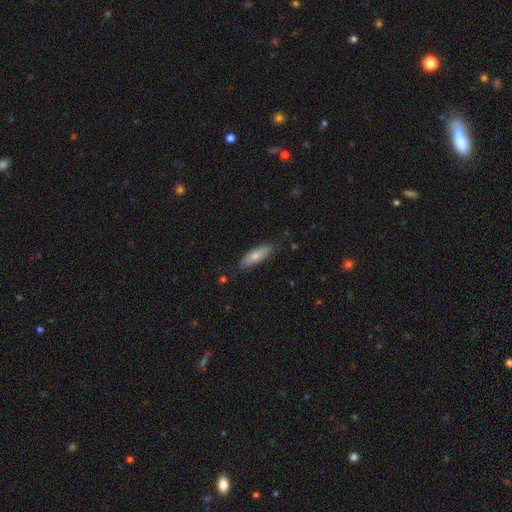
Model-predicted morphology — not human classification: Smooth or featured: smooth — 74% (featured or disk — 20%)
How rounded: in between — 52% (cigar-shaped — 47%)
Merging: none — 79% (minor disturbance — 17%)